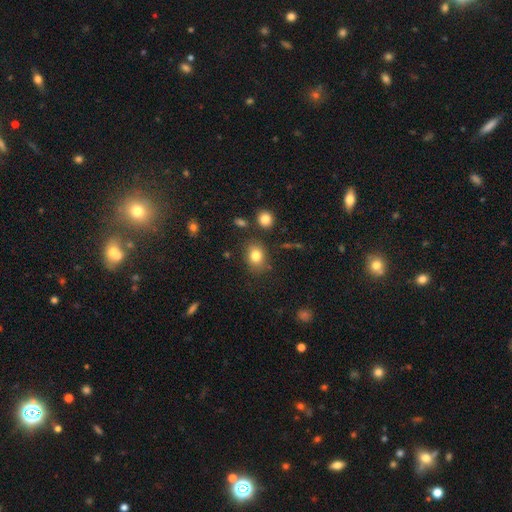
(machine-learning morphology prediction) A smooth galaxy with no disk features (80%) that is in between round and cigar-shaped (54%). Merging: none (81%).